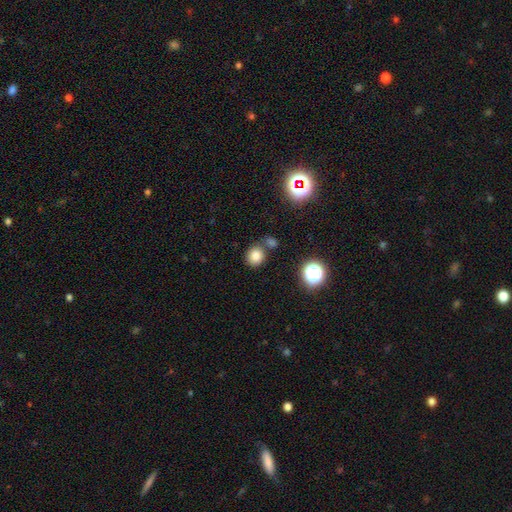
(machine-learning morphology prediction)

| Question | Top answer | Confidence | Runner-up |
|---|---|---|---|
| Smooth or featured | smooth | 80% | star or artifact (14%) |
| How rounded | round | 78% | in between (21%) |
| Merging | none | 71% | merger (15%) |